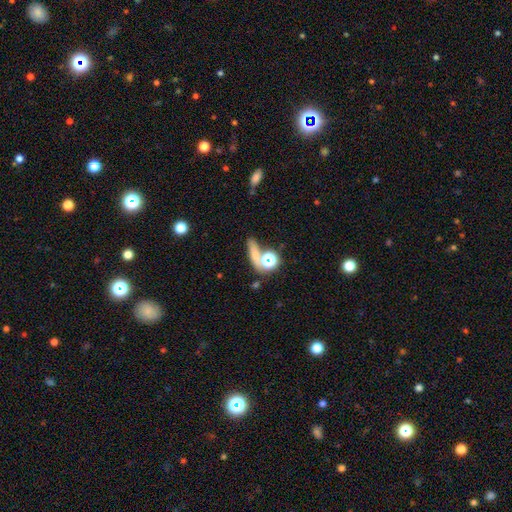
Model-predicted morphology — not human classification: Smooth or featured: smooth — 59% (star or artifact — 24%)
How rounded: cigar-shaped — 35% (round — 34%)
Merging: none — 56% (merger — 24%)